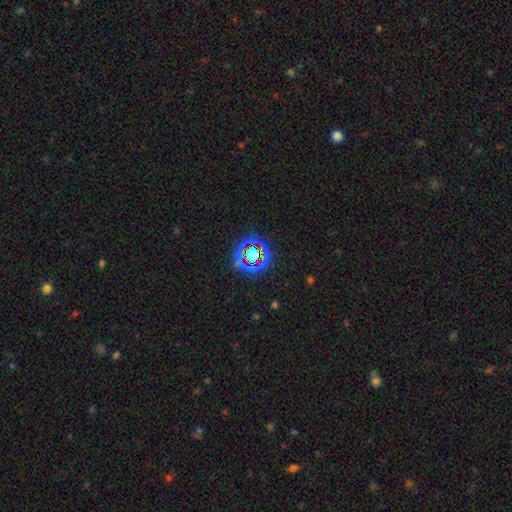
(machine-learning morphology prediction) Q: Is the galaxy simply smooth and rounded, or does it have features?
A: star or artifact — 71%.